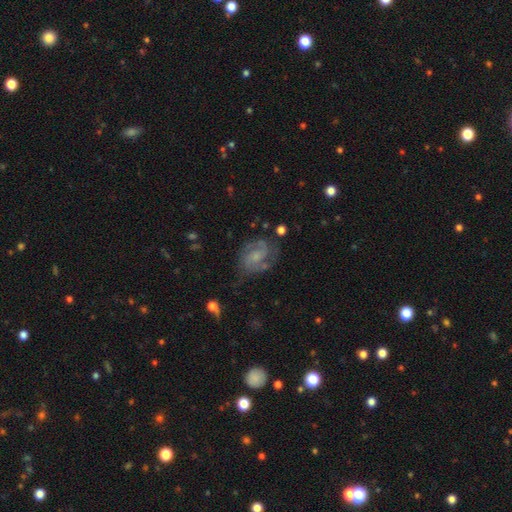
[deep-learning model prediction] This appears to be a featured or disk galaxy (75%) with no bar (49%), 2 (74%) medium (50%) spiral arms (92%) and a small central bulge (46%). Merging: none (65%).